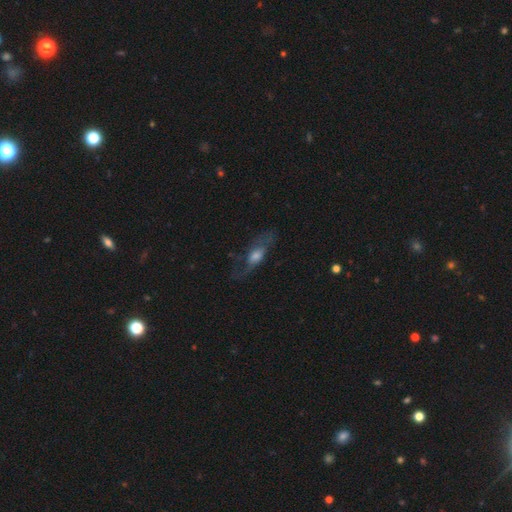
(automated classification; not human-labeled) Smooth or featured? featured or disk (58%)
Edge-on disk? no (68%)
Merging? none (57%)